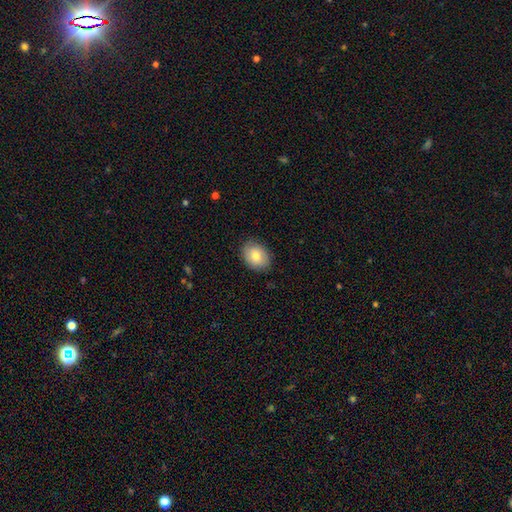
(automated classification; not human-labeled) smooth 77%, featured or disk 16%, star or artifact 7%. Down the decision tree: how rounded — in between (66%); merging — none (85%).